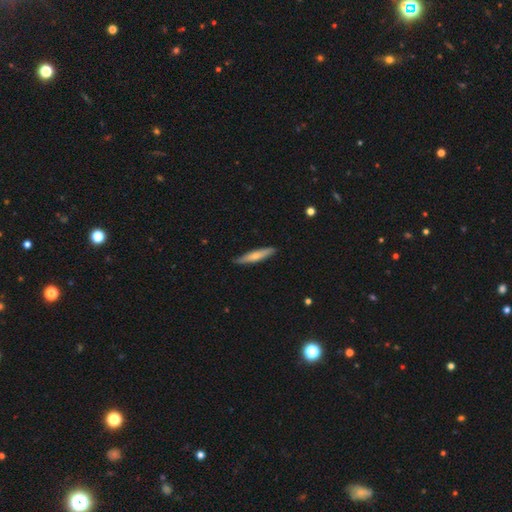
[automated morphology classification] Smooth or featured?
  - smooth: 62% *
  - featured or disk: 32%
  - star or artifact: 5%
How rounded?
  - cigar-shaped: 88% *
  - in between: 10%
  - round: 1%
Merging?
  - none: 84% *
  - minor disturbance: 13%
  - major disturbance: 2%
  - merger: 1%